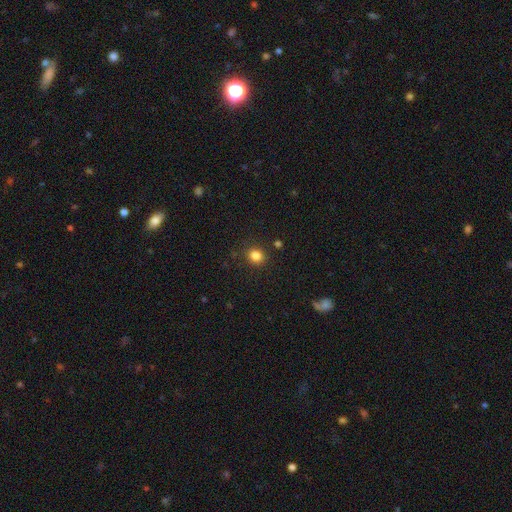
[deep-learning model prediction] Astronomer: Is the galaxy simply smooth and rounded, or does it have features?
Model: smooth — 83%.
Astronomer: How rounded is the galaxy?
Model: round — 77%.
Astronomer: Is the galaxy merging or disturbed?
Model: none — 88%.